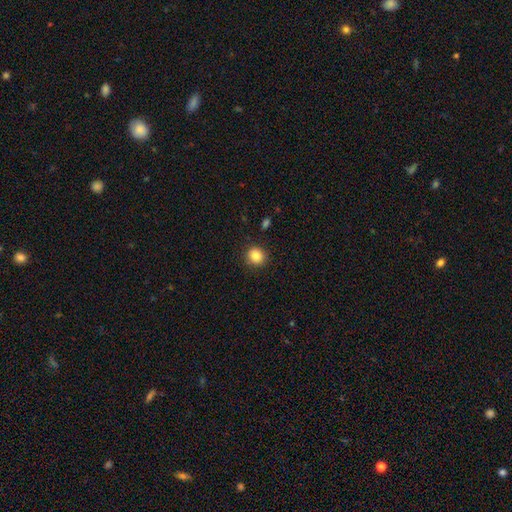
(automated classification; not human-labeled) This appears to be a smooth galaxy with no disk features (86%) that is round (85%). Merging: none (89%).